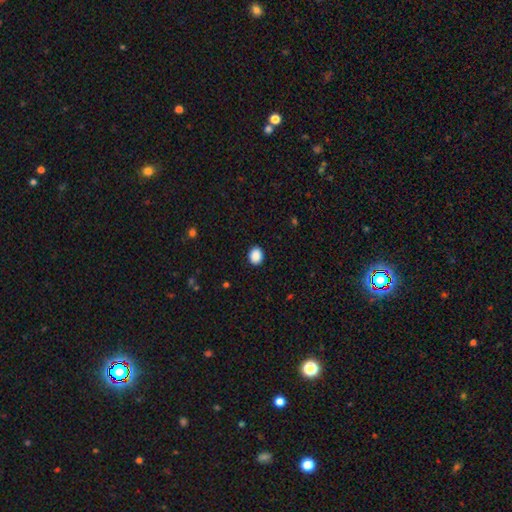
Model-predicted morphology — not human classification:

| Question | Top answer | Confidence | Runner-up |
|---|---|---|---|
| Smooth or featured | smooth | 90% | star or artifact (8%) |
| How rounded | round | 51% | in between (48%) |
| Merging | none | 91% | minor disturbance (6%) |